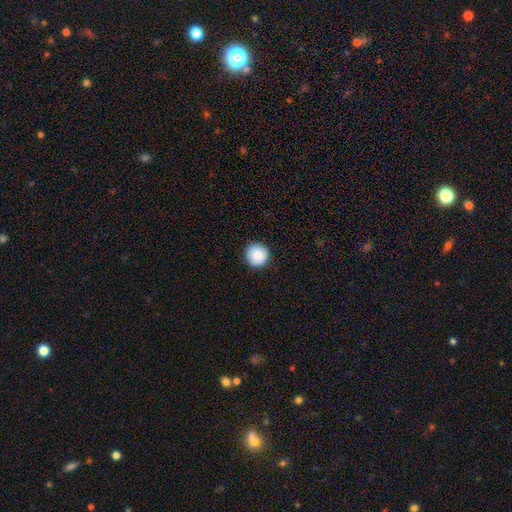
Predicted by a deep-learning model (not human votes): Morphology: type=smooth (88%); roundness=round (95%); merging=none (91%).